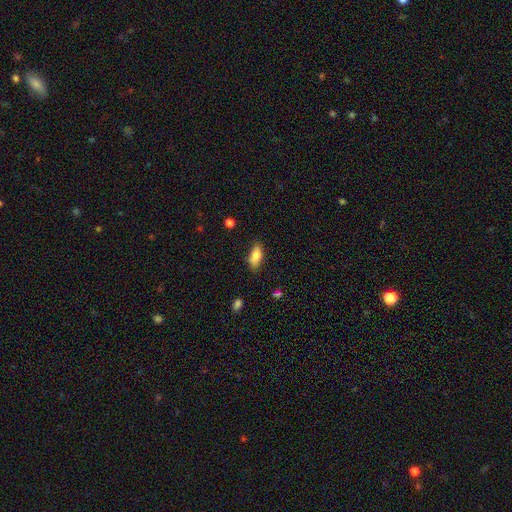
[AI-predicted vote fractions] A smooth galaxy with no disk features (80%) that is in between round and cigar-shaped (85%). Merging: none (79%).